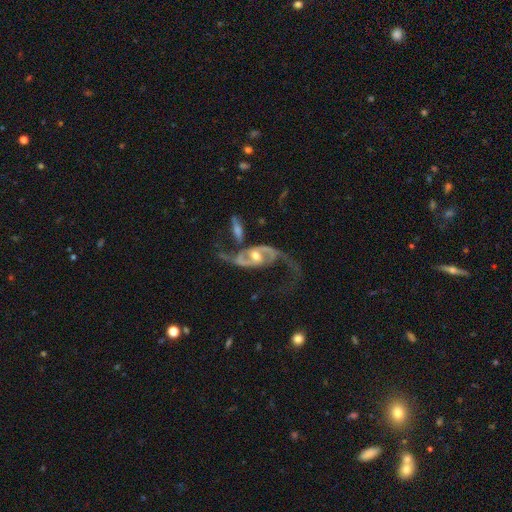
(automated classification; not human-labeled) smooth-or-featured: featured or disk: 91% | smooth: 5% | star or artifact: 4%
  disk-edge-on: no: 95% | yes: 5%
    bar: weak: 42% | no: 34% | strong: 24%
    has-spiral-arms: yes: 96% | no: 4%
      spiral-winding: loose: 66% | medium: 26% | tight: 8%
      spiral-arm-count: 2: 92% | can't tell: 2% | 1: 2% | 3: 1% | 4: 1% | more than 4: 1%
    bulge-size: moderate: 68% | small: 24% | large: 6% | none: 2% | dominant: 1%
  merging: none: 45% | major disturbance: 25% | minor disturbance: 16% | merger: 14%